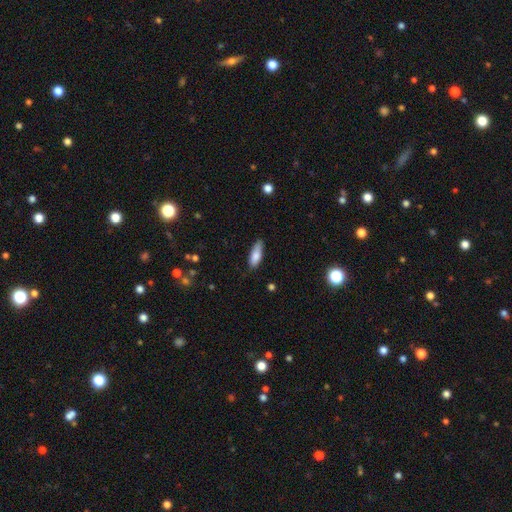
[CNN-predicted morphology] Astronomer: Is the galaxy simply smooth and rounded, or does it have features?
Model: smooth — 80%.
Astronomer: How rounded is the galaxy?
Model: in between — 59% (runner-up: cigar-shaped, 39%).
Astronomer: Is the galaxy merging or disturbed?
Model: none — 76%.